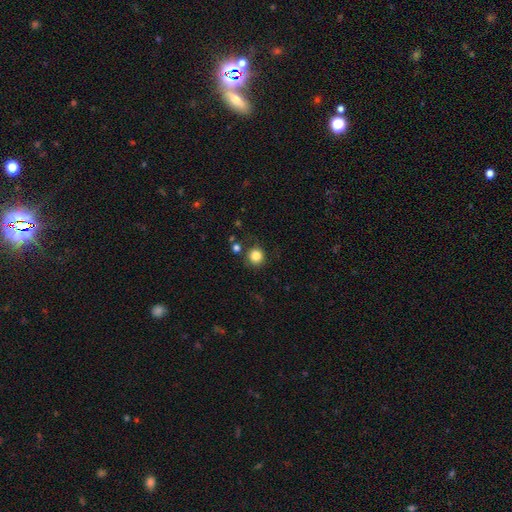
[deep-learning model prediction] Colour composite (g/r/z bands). It shows a smooth galaxy with no disk features (84%) that is round (91%). Merging: none (81%).